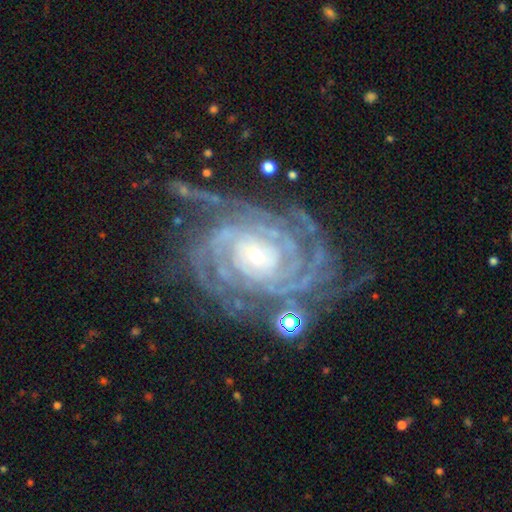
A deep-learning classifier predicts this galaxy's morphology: A featured or disk galaxy (92%) with no bar (63%), 4 (27%) tight (84%) spiral arms (99%) and a small central bulge (71%). Merging: none (68%).